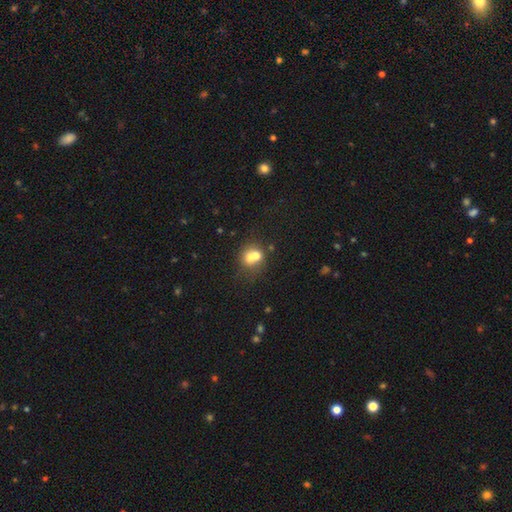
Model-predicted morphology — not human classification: Smooth or featured? Predicted: smooth (p=0.65). How rounded? Predicted: round (p=0.64). Merging? Predicted: merger (p=0.59).